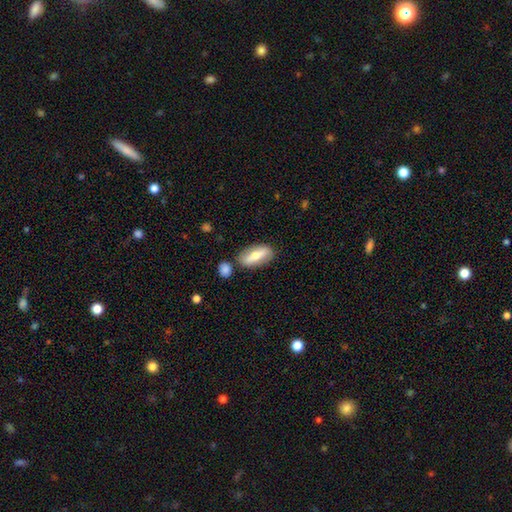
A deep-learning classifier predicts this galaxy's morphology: Smooth or featured? Predicted: smooth (p=0.61). How rounded? Predicted: in between (p=0.76). Merging? Predicted: none (p=0.77).